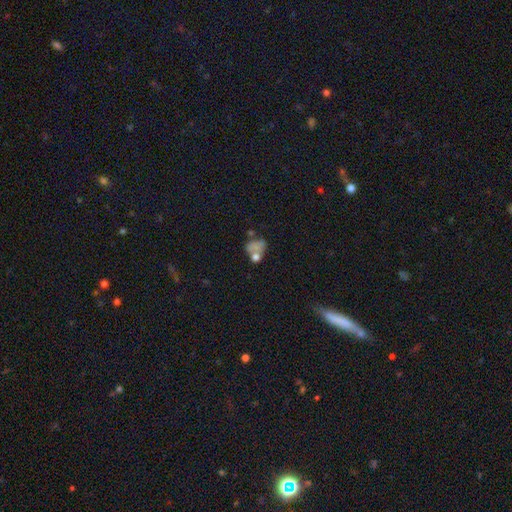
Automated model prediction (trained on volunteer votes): This is likely a smooth galaxy (65%). How rounded: possibly in between (55%). Merging: marginally merger (40%).